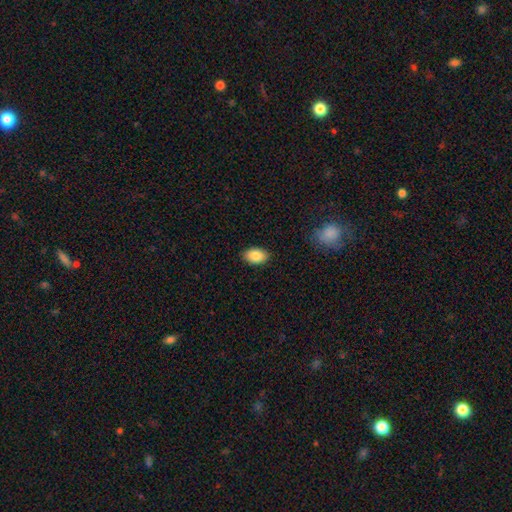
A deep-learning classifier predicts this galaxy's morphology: smooth 86%, star or artifact 7%, featured or disk 7%. Down the decision tree: how rounded — in between (89%); merging — none (89%).